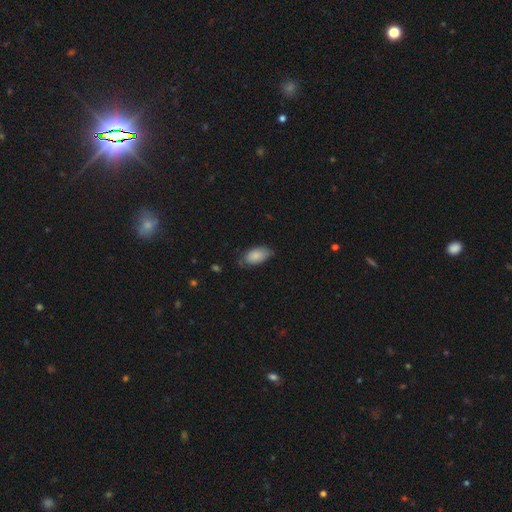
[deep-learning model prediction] This is clearly a smooth galaxy (84%). How rounded: clearly in between (94%). Merging: likely none (65%).